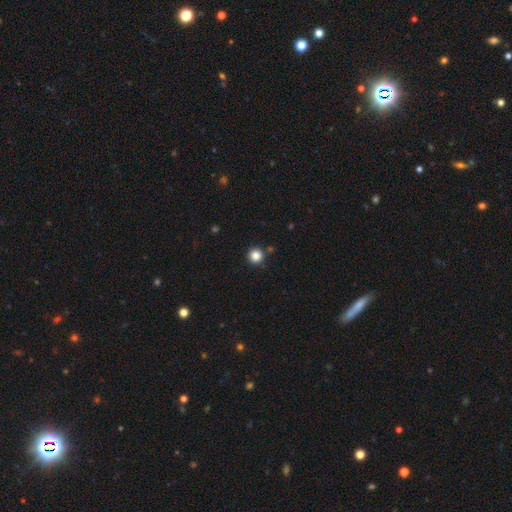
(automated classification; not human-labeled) smooth_or_featured: smooth (p=0.85) [alt: star or artifact p=0.12]
how_rounded: round (p=0.96) [alt: in between p=0.03]
merging: none (p=0.88) [alt: minor disturbance p=0.06]